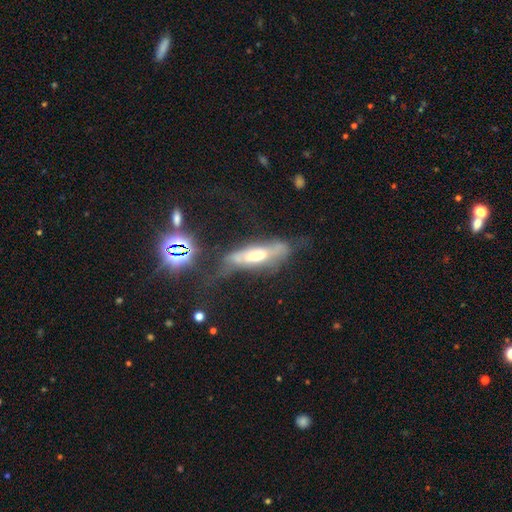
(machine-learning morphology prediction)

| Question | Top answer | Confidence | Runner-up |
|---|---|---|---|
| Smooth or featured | featured or disk | 59% | smooth (27%) |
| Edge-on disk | yes | 60% | no (40%) |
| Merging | none | 38% | major disturbance (29%) |